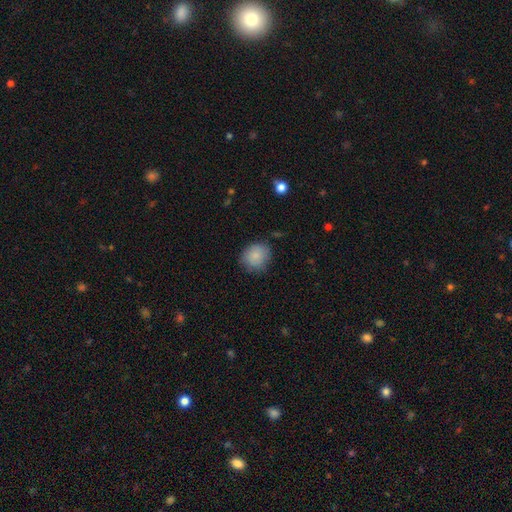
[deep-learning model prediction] Smooth or featured: smooth — 86% (star or artifact — 8%)
How rounded: round — 77% (in between — 23%)
Merging: none — 78% (minor disturbance — 17%)